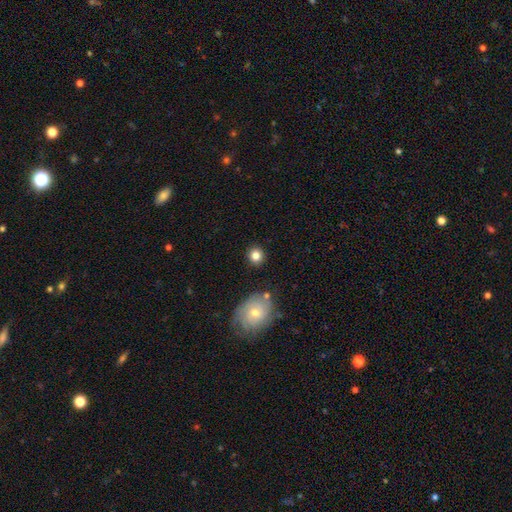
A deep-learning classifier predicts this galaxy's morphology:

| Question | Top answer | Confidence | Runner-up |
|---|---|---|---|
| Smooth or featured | smooth | 82% | star or artifact (10%) |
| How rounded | round | 86% | in between (13%) |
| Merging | none | 85% | minor disturbance (8%) |